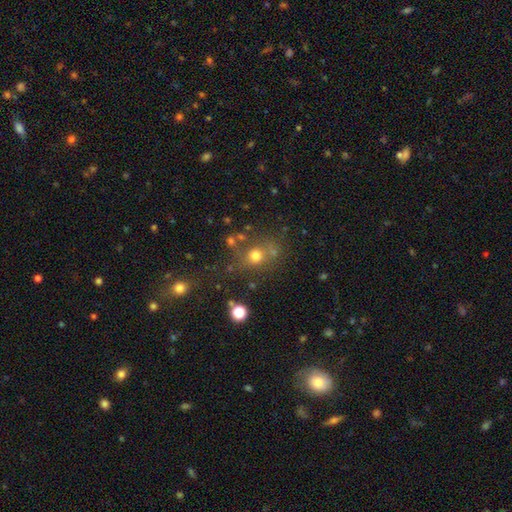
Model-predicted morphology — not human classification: Smooth or featured?
  - smooth: 68% *
  - star or artifact: 21%
  - featured or disk: 11%
How rounded?
  - round: 80% *
  - in between: 19%
  - cigar-shaped: 1%
Merging?
  - none: 70% *
  - minor disturbance: 13%
  - merger: 10%
  - major disturbance: 7%